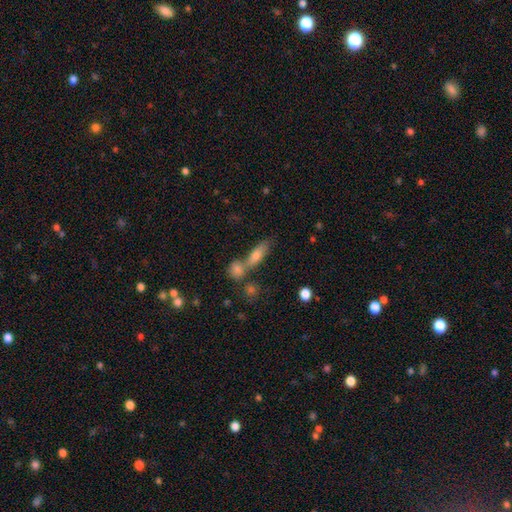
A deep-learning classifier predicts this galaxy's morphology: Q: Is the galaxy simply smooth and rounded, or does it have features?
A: smooth — 65%.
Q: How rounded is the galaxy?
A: in between — 49%.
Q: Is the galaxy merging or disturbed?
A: none — 49%.